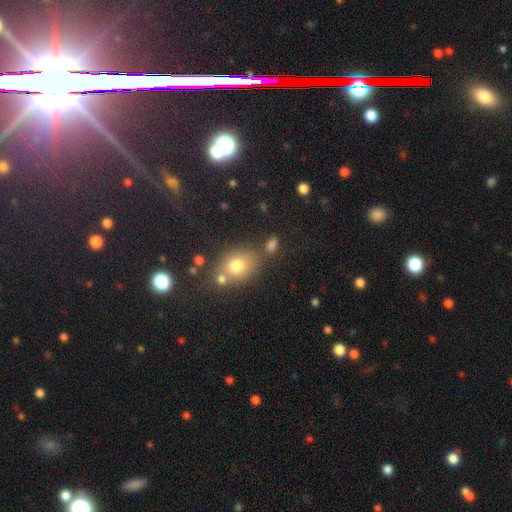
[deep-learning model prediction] A smooth galaxy with no disk features (49%).

Vote fractions:
- Smooth or featured? smooth: 49% / star or artifact: 39% / featured or disk: 12%
- Merging? none: 75% / merger: 10% / minor disturbance: 10% / major disturbance: 4%